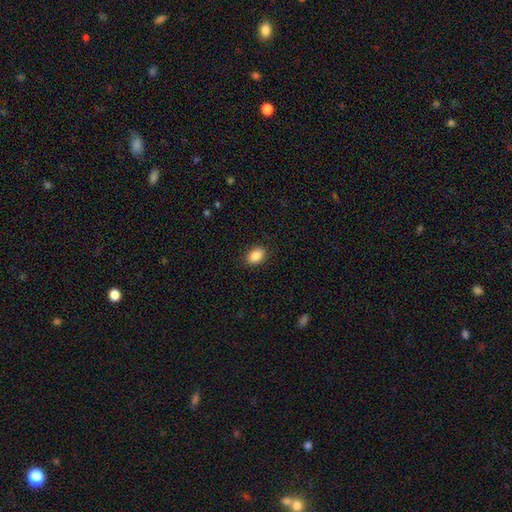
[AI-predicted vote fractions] Smooth or featured? smooth (88%)
How rounded? in between (82%)
Merging? none (89%)